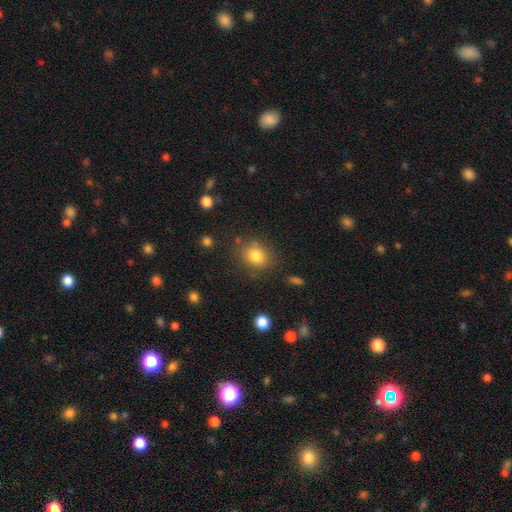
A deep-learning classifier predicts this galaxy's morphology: smooth-or-featured: smooth: 82% | star or artifact: 10% | featured or disk: 8%
  how-rounded: round: 58% | in between: 41% | cigar-shaped: 1%
  merging: none: 77% | minor disturbance: 14% | major disturbance: 5% | merger: 3%